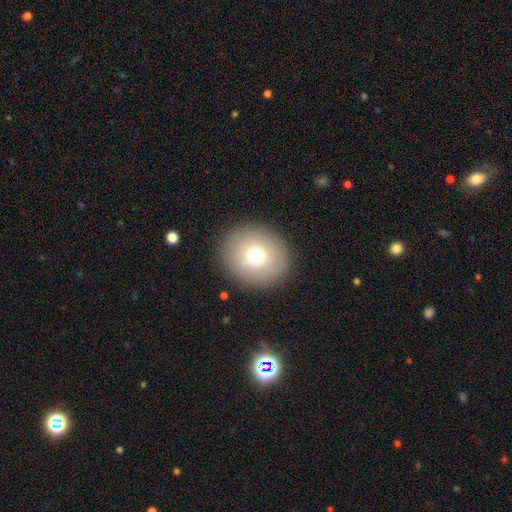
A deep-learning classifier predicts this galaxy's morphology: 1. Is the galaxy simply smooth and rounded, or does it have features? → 73% smooth, 15% featured or disk, 11% star or artifact.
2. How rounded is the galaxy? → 80% round, 19% in between, 1% cigar-shaped.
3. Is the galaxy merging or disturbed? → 90% none, 6% minor disturbance, 3% major disturbance, 1% merger.